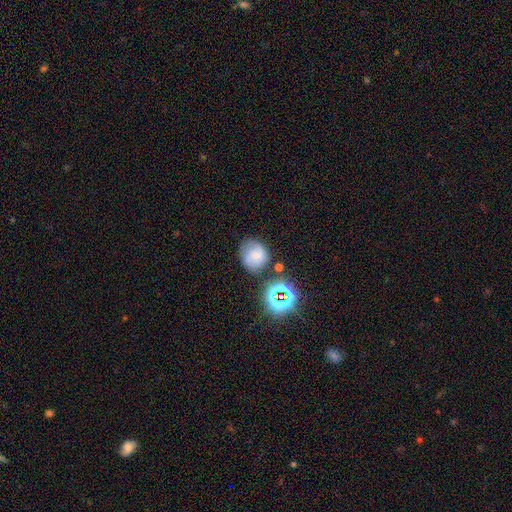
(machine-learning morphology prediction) Smooth or featured? smooth (55%)
How rounded? round (79%)
Merging? none (65%)